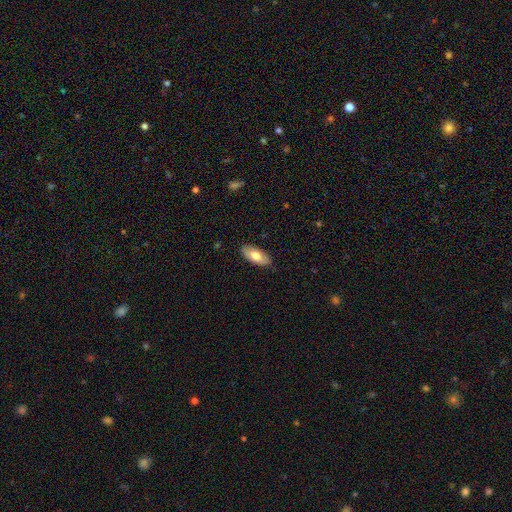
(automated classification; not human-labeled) A smooth galaxy with no disk features (74%) that is in between round and cigar-shaped (90%).

Vote fractions:
- Smooth or featured? smooth: 74% / featured or disk: 21% / star or artifact: 6%
- How rounded? in between: 90% / cigar-shaped: 8% / round: 2%
- Merging? none: 87% / minor disturbance: 10% / major disturbance: 2% / merger: 1%